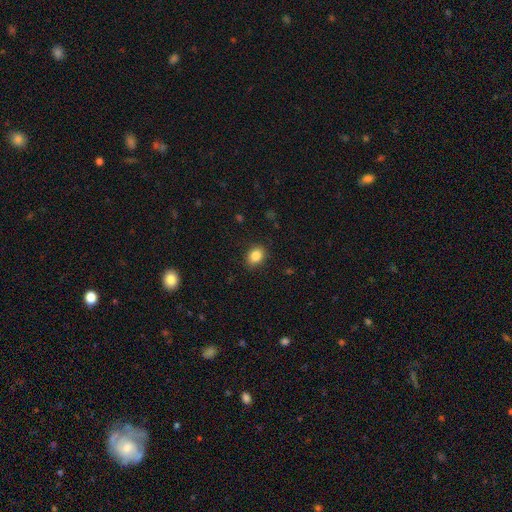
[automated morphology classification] Smooth or featured? smooth (86%)
How rounded? in between (59%)
Merging? none (88%)